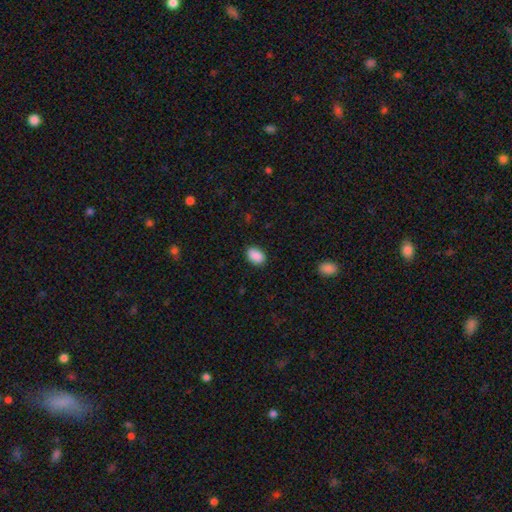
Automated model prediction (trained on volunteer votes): Smooth or featured: smooth — 90% (star or artifact — 7%)
How rounded: in between — 83% (round — 16%)
Merging: none — 88% (minor disturbance — 9%)